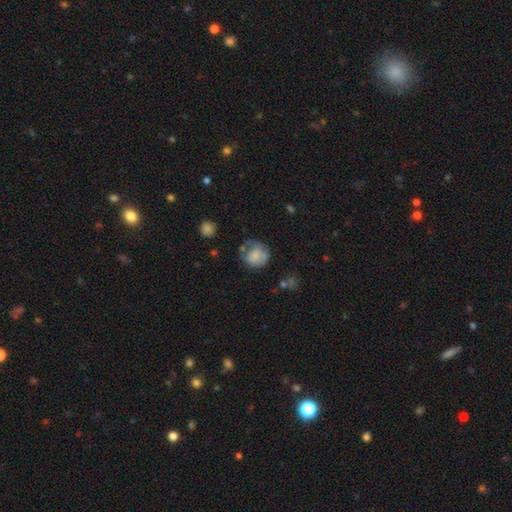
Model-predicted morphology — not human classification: Smooth or featured? Predicted: smooth (p=0.68). How rounded? Predicted: round (p=0.81). Merging? Predicted: none (p=0.48).